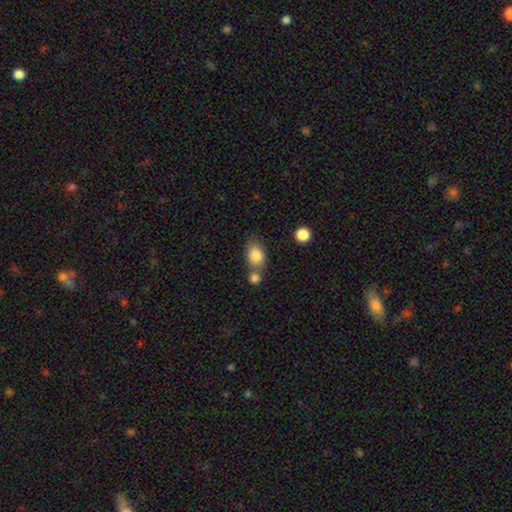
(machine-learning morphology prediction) smooth_or_featured: smooth (p=0.84) [alt: featured or disk p=0.08]
how_rounded: in between (p=0.73) [alt: round p=0.26]
merging: none (p=0.49) [alt: merger p=0.32]